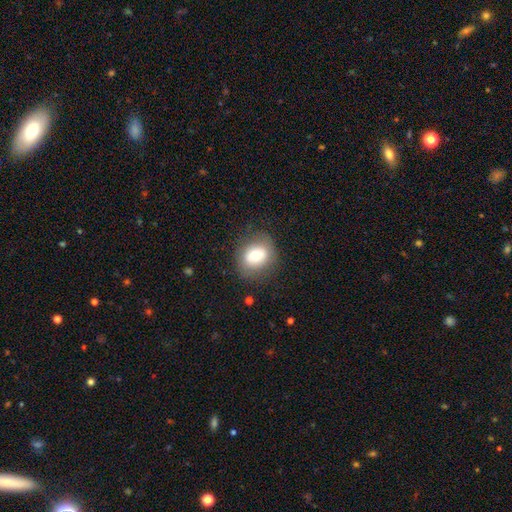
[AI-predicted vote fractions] This appears to be a smooth galaxy with no disk features (68%) that is round (63%). Merging: none (80%).